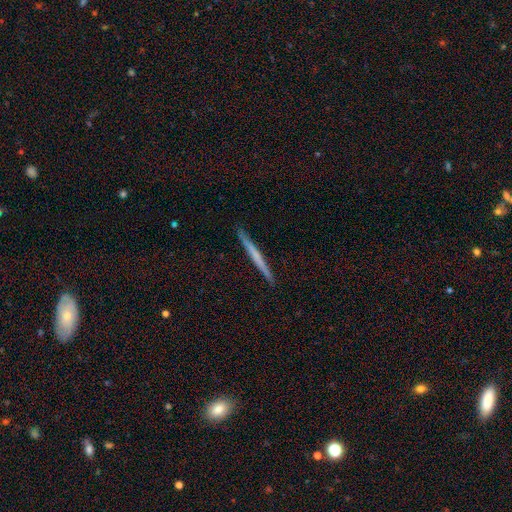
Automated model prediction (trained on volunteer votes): Overall: featured or disk (49%; smooth 46%). Merging: none (92%).